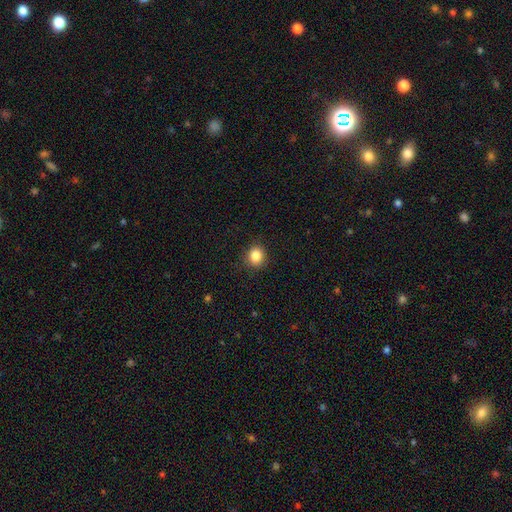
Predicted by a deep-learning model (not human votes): This appears to be a smooth galaxy with no disk features (86%) that is round (82%). Merging: none (87%).